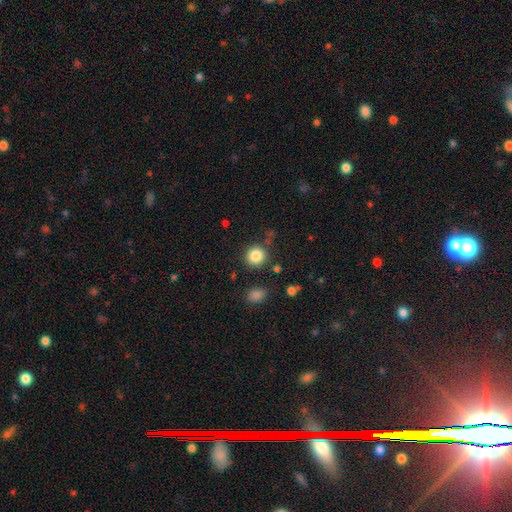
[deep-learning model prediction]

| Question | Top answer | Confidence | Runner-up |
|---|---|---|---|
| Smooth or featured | smooth | 85% | star or artifact (10%) |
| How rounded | round | 90% | in between (10%) |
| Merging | none | 83% | minor disturbance (9%) |